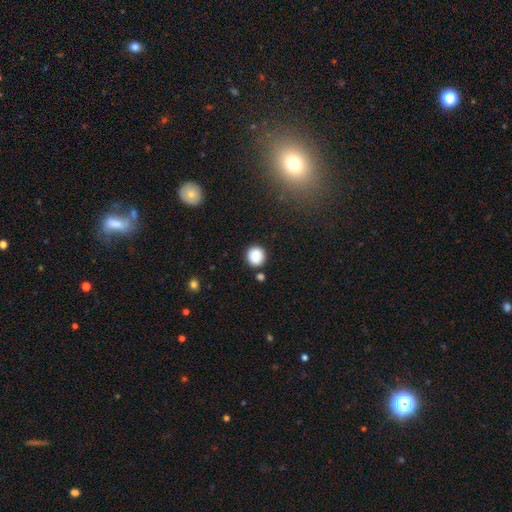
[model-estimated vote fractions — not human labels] Smooth or featured? smooth (85%)
How rounded? round (91%)
Merging? none (81%)